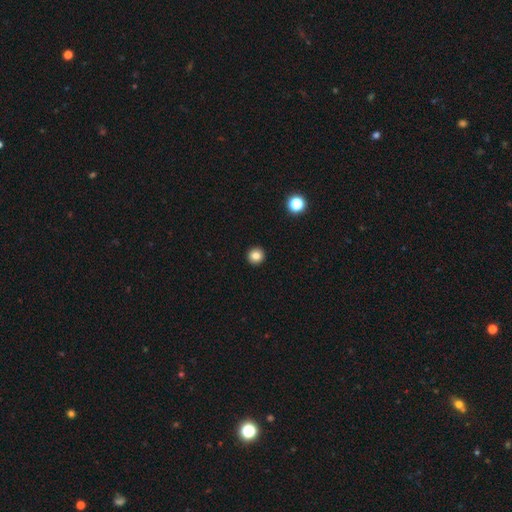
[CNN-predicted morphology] smooth 83%, star or artifact 11%, featured or disk 6%. Down the decision tree: how rounded — round (95%); merging — none (94%).